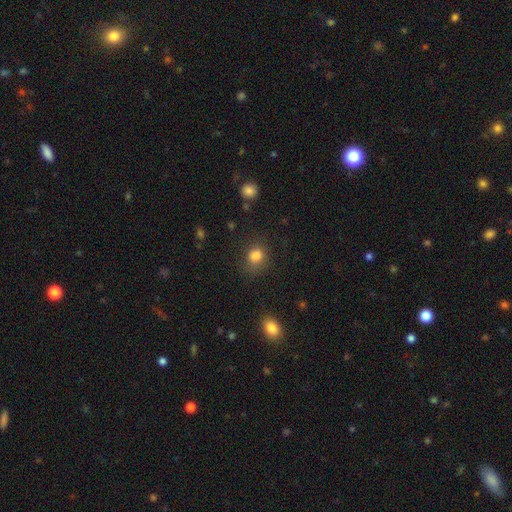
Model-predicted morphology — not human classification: Smooth or featured? smooth (83%)
How rounded? round (67%)
Merging? none (69%)